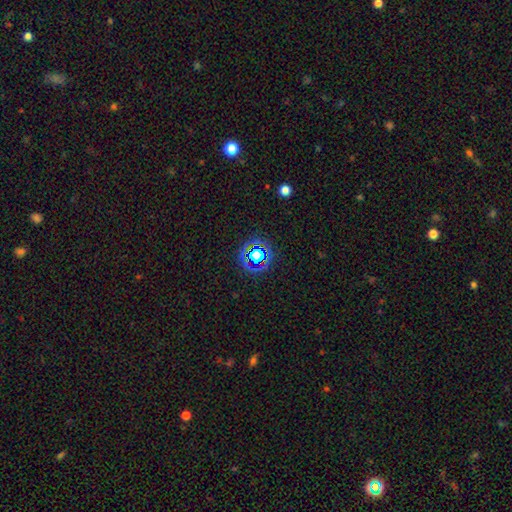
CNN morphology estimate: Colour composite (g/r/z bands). It shows a star or artifact, not a galaxy (64%).